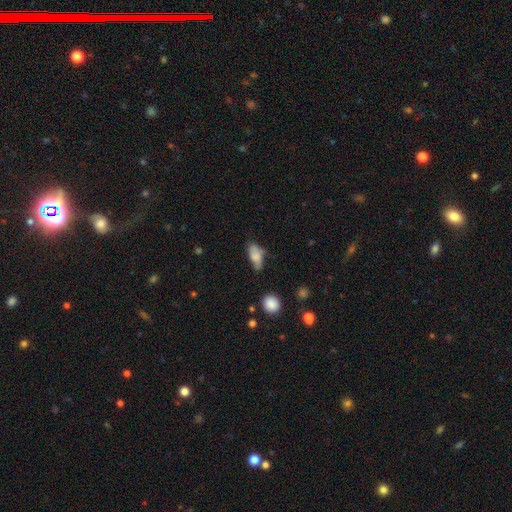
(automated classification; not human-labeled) Smooth or featured? smooth (74%)
How rounded? in between (84%)
Merging? none (51%)